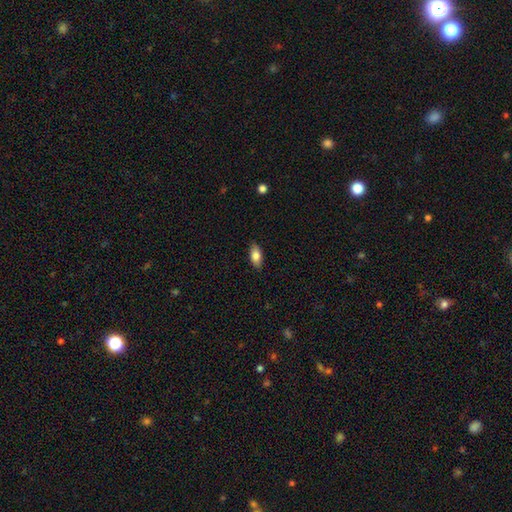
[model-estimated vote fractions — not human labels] This is clearly a smooth galaxy (81%). How rounded: clearly in between (87%). Merging: clearly none (87%).